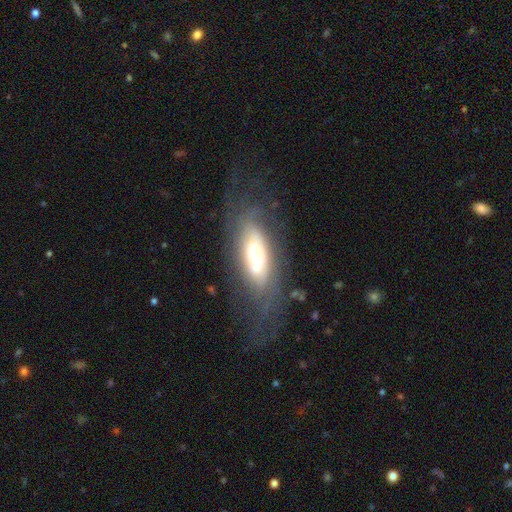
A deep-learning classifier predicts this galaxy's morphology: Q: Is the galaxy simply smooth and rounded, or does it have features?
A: featured or disk — 62%.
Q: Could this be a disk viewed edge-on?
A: no — 76%.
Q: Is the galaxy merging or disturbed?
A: none — 57%.